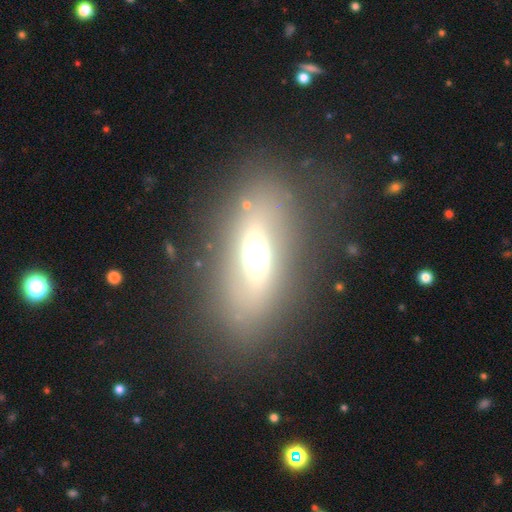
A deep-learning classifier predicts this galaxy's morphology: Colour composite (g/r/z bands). It shows a featured or disk galaxy (44%). Merging: none (78%).